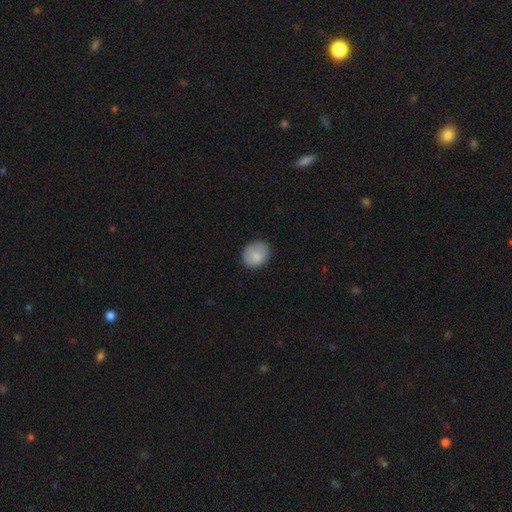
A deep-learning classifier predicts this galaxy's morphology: Smooth or featured: smooth — 82% (featured or disk — 11%)
How rounded: round — 55% (in between — 44%)
Merging: none — 71% (minor disturbance — 22%)